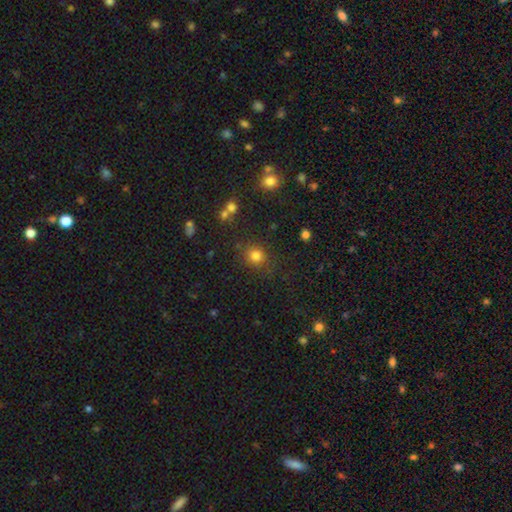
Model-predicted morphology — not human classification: smooth-or-featured: smooth: 80% | star or artifact: 15% | featured or disk: 5%
  how-rounded: round: 85% | in between: 14% | cigar-shaped: 1%
  merging: none: 82% | minor disturbance: 10% | major disturbance: 4% | merger: 4%